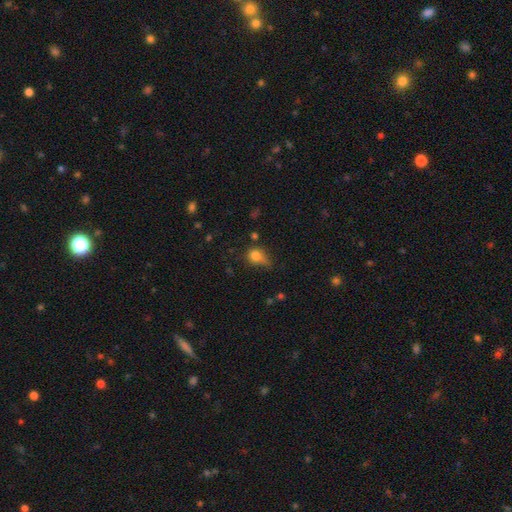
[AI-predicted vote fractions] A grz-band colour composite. It shows a smooth galaxy with no disk features (77%) that is round (55%). Merging: minor disturbance (36%).